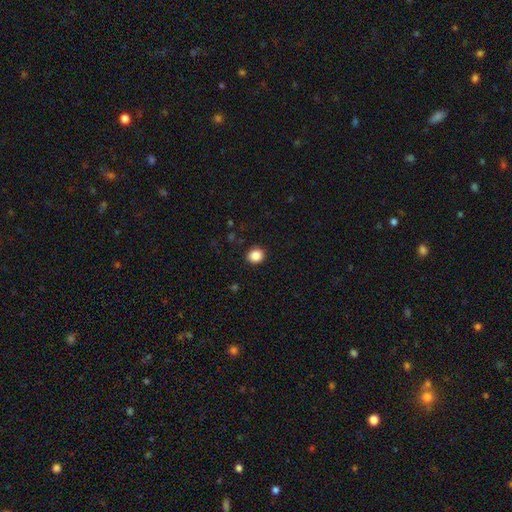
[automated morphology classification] A smooth galaxy with no disk features (86%) that is round (81%). Merging: none (92%).